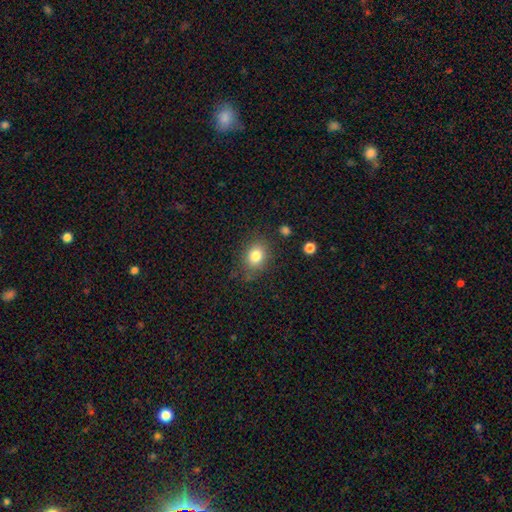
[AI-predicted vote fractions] Morphology: type=smooth (82%); roundness=in between (52%); merging=none (79%).